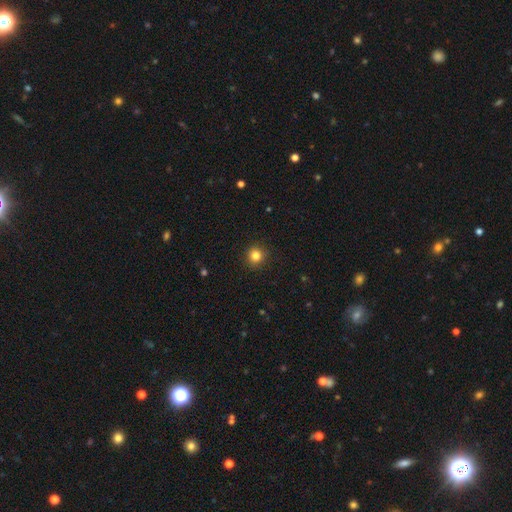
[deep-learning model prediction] Smooth or featured? Predicted: smooth (p=0.83). How rounded? Predicted: round (p=0.93). Merging? Predicted: none (p=0.92).